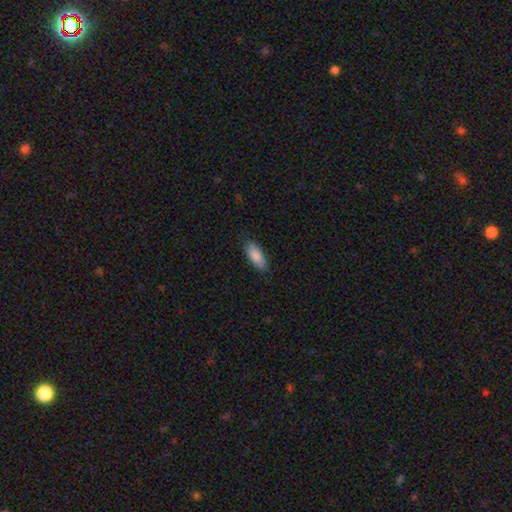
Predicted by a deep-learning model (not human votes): This is clearly a smooth galaxy (88%). How rounded: likely in between (77%). Merging: clearly none (85%).